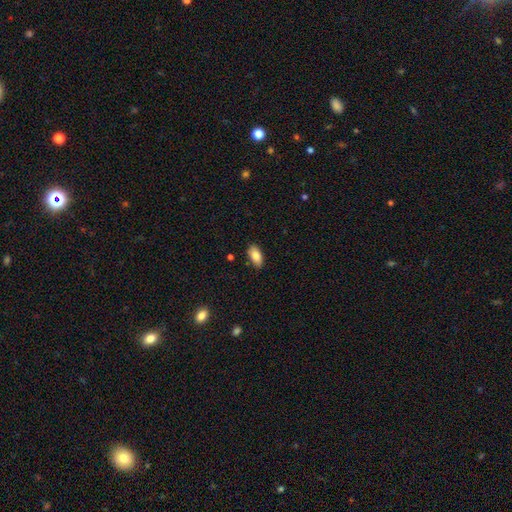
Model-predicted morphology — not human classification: Smooth or featured?
  - smooth: 83% *
  - featured or disk: 10%
  - star or artifact: 7%
How rounded?
  - in between: 92% *
  - cigar-shaped: 5%
  - round: 3%
Merging?
  - none: 84% *
  - minor disturbance: 12%
  - major disturbance: 2%
  - merger: 2%